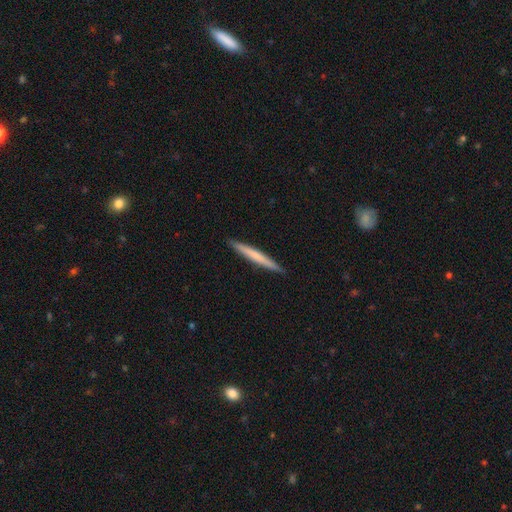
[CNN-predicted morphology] Smooth or featured?
  - smooth: 60% *
  - featured or disk: 35%
  - star or artifact: 5%
How rounded?
  - cigar-shaped: 97% *
  - in between: 2%
  - round: 1%
Merging?
  - none: 92% *
  - minor disturbance: 6%
  - major disturbance: 1%
  - merger: 1%